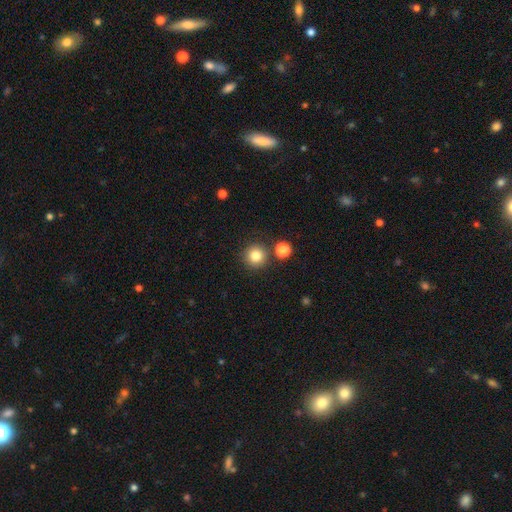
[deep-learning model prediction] Smooth or featured? smooth (82%)
How rounded? round (95%)
Merging? none (84%)